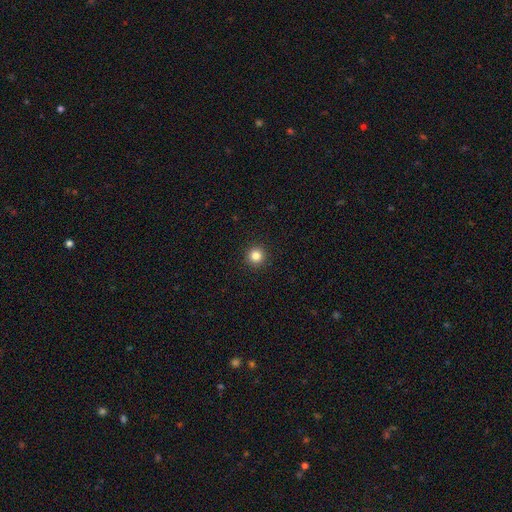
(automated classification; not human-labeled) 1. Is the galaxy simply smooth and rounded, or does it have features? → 83% smooth, 12% star or artifact, 5% featured or disk.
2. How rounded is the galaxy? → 96% round, 3% in between, 1% cigar-shaped.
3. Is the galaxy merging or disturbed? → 94% none, 4% minor disturbance, 1% major disturbance, 1% merger.